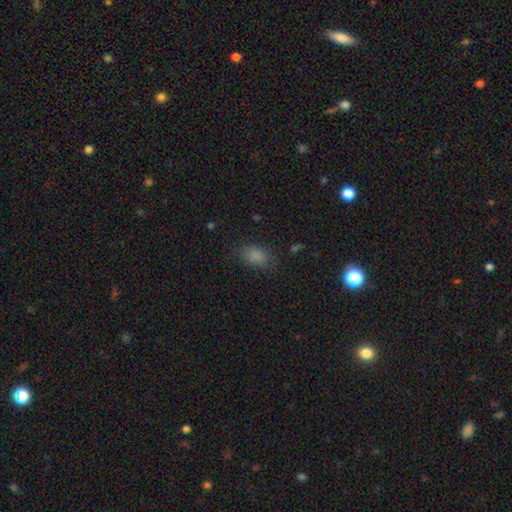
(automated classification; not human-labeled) A smooth galaxy with no disk features (83%) that is in between round and cigar-shaped (87%). Merging: none (81%).